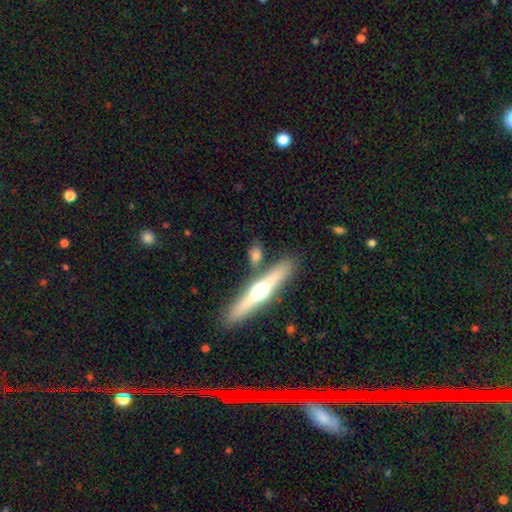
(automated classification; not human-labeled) A featured or disk galaxy (50%). Merging: none (74%).